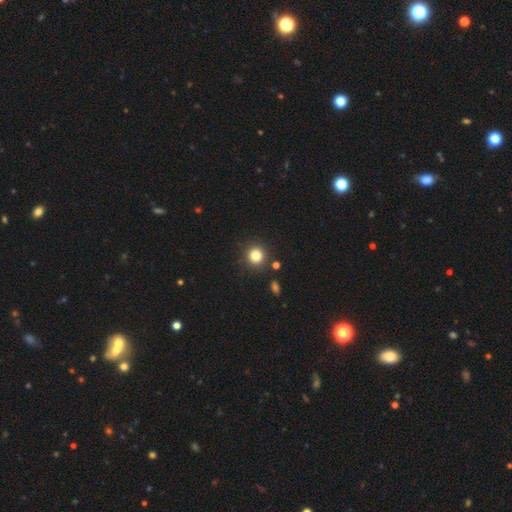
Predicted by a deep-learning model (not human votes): smooth 82%, star or artifact 12%, featured or disk 6%. Down the decision tree: how rounded — round (92%); merging — none (87%).